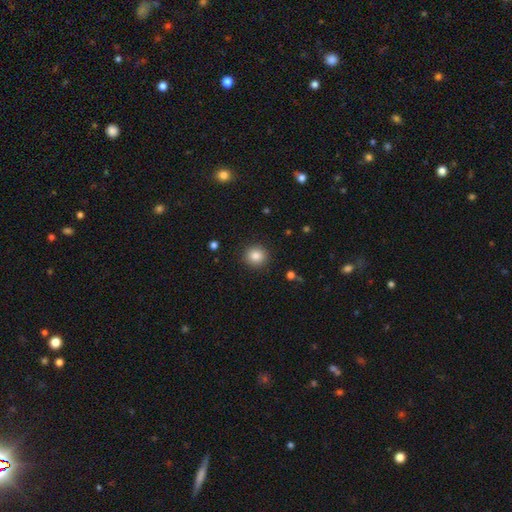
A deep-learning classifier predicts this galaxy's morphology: Q: Smooth or featured?
A: smooth (85%); runner-up: star or artifact (10%)
Q: How rounded?
A: round (89%); runner-up: in between (10%)
Q: Merging?
A: none (91%); runner-up: minor disturbance (6%)